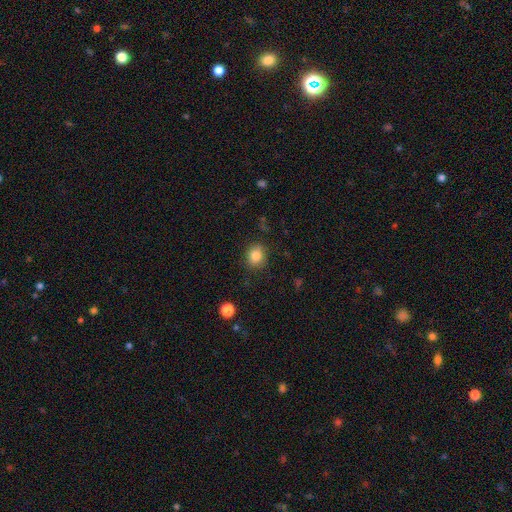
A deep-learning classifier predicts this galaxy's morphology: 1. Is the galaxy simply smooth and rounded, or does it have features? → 84% smooth, 10% star or artifact, 6% featured or disk.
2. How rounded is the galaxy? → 66% round, 33% in between, 1% cigar-shaped.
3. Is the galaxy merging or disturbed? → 86% none, 10% minor disturbance, 3% major disturbance, 1% merger.